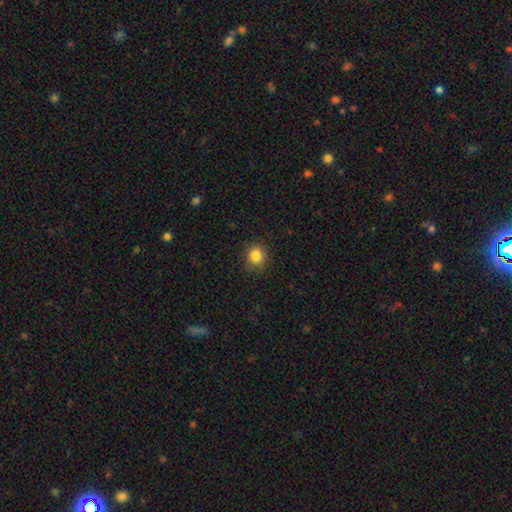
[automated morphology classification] smooth-or-featured: smooth: 84% | star or artifact: 11% | featured or disk: 5%
  how-rounded: round: 85% | in between: 14% | cigar-shaped: 1%
  merging: none: 86% | minor disturbance: 10% | major disturbance: 3% | merger: 1%